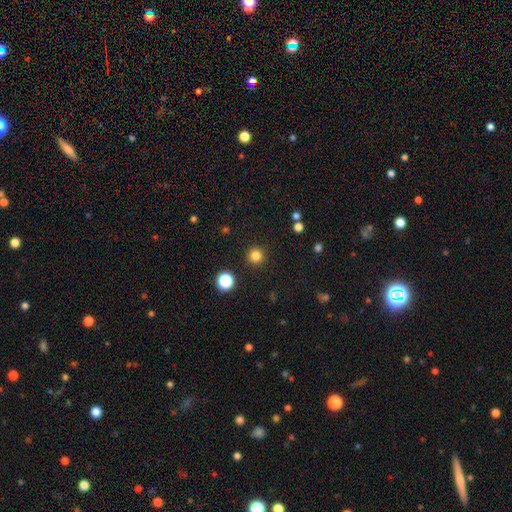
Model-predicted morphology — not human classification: smooth_or_featured: smooth (p=0.82) [alt: star or artifact p=0.14]
how_rounded: round (p=0.95) [alt: in between p=0.04]
merging: none (p=0.91) [alt: minor disturbance p=0.05]